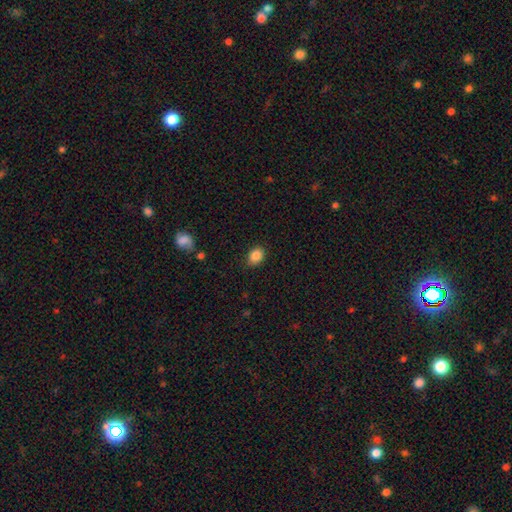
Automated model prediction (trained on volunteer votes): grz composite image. It shows a smooth galaxy with no disk features (86%) that is in between round and cigar-shaped (58%). Merging: none (87%).